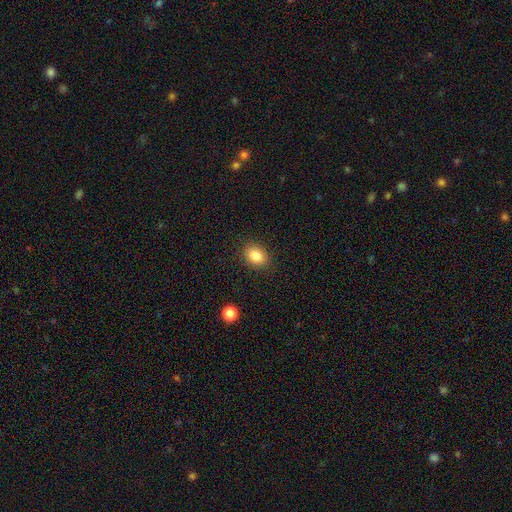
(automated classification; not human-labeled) Smooth or featured: smooth — 84% (star or artifact — 9%)
How rounded: in between — 67% (round — 31%)
Merging: none — 88% (minor disturbance — 9%)